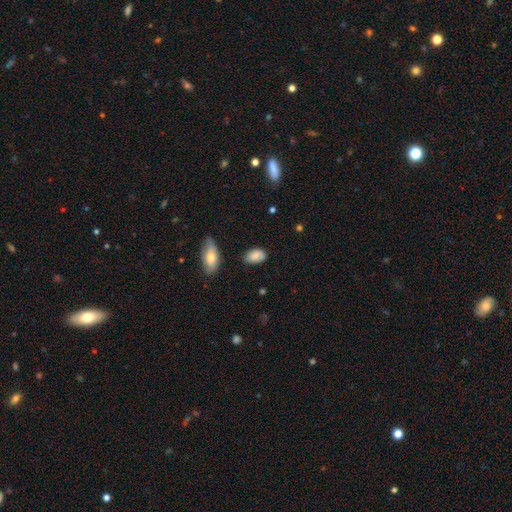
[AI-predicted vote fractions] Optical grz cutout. It shows a smooth galaxy with no disk features (82%) that is in between round and cigar-shaped (90%). Merging: none (68%).